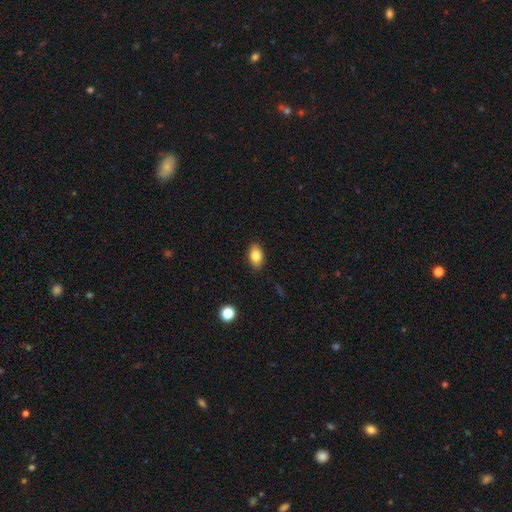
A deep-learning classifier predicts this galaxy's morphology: A smooth galaxy with no disk features (82%) that is in between round and cigar-shaped (87%). Merging: none (88%).